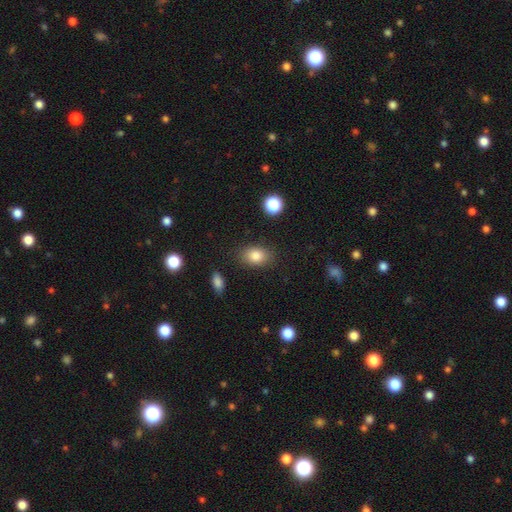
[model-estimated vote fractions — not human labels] smooth-or-featured: smooth: 83% | star or artifact: 9% | featured or disk: 8%
  how-rounded: in between: 78% | round: 20% | cigar-shaped: 1%
  merging: none: 84% | minor disturbance: 11% | major disturbance: 3% | merger: 2%